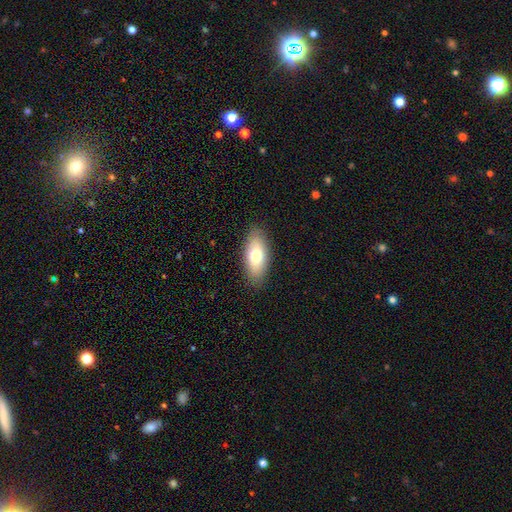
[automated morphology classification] Smooth or featured? Predicted: smooth (p=0.72). How rounded? Predicted: in between (p=0.83). Merging? Predicted: none (p=0.88).